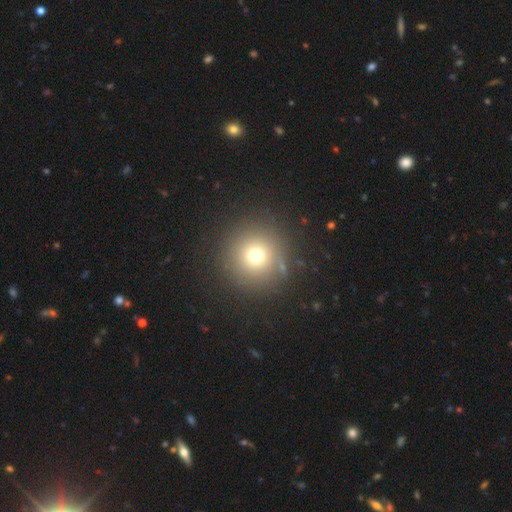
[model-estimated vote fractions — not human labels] Smooth or featured? smooth (69%)
How rounded? round (96%)
Merging? none (87%)